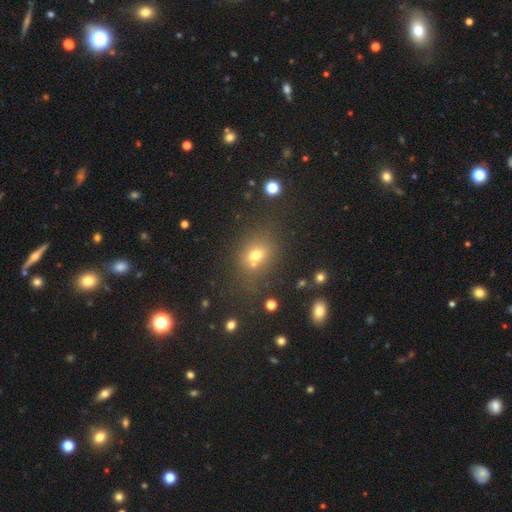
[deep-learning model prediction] Smooth or featured? smooth (66%)
How rounded? round (54%)
Merging? none (60%)